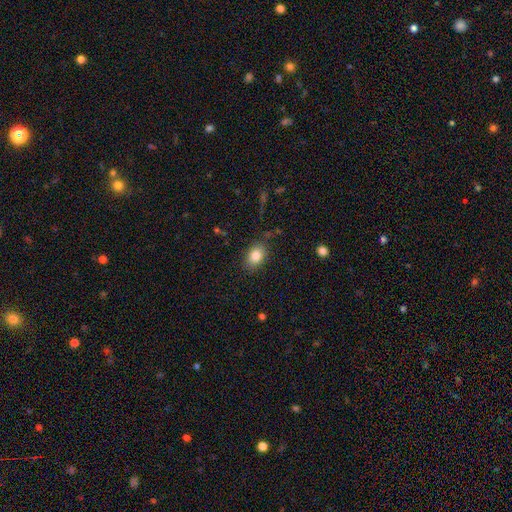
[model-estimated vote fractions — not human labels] The model was most divided on "how rounded": in between: 78%, round: 21%, cigar-shaped: 1%. More confident: merging — none (84%); smooth or featured — smooth (83%).